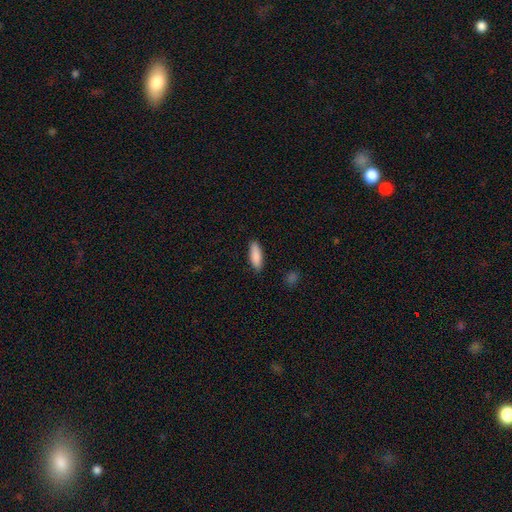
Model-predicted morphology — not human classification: A smooth galaxy with no disk features (89%) that is in between round and cigar-shaped (59%).

Vote fractions:
- Smooth or featured? smooth: 89% / star or artifact: 6% / featured or disk: 5%
- How rounded? in between: 59% / cigar-shaped: 40% / round: 2%
- Merging? none: 88% / minor disturbance: 9% / major disturbance: 2% / merger: 1%